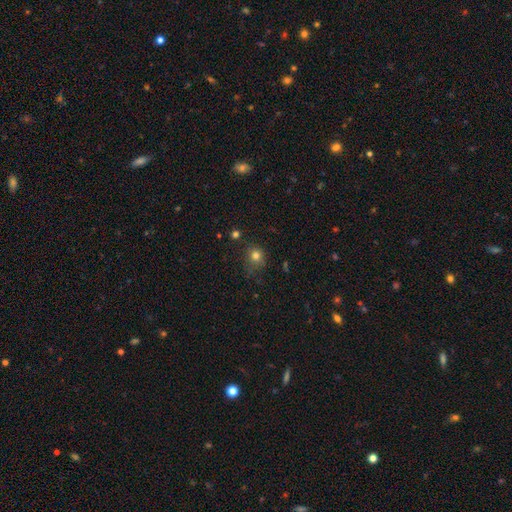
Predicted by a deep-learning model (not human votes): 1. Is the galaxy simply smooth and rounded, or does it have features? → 78% smooth, 15% star or artifact, 7% featured or disk.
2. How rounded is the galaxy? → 83% round, 16% in between, 1% cigar-shaped.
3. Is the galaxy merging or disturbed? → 66% none, 22% minor disturbance, 9% major disturbance, 3% merger.